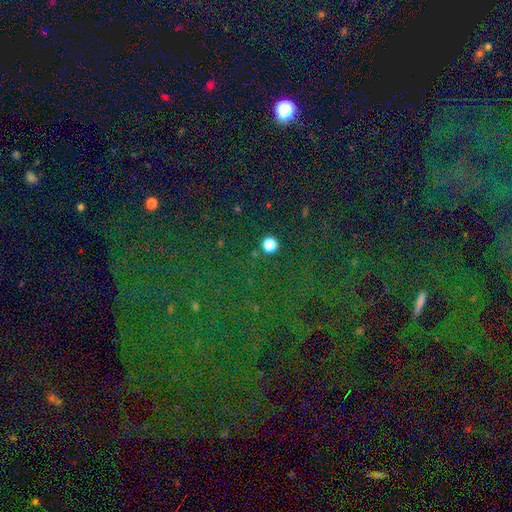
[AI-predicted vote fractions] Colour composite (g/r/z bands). It shows a star or artifact, not a galaxy (79%).